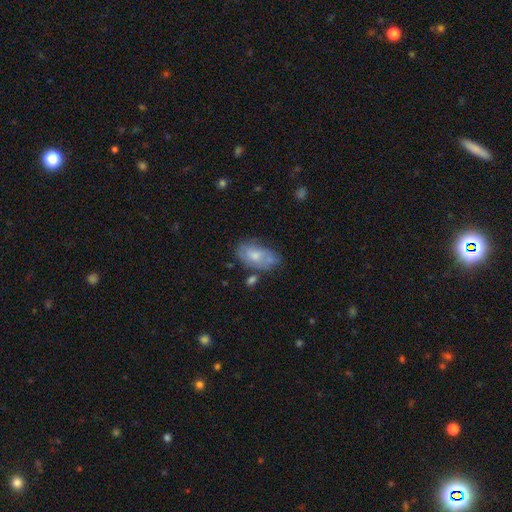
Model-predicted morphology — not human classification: Overall: smooth (61%; featured or disk 32%). How rounded: in between (91%). Merging: none (47%; minor disturbance 29%).